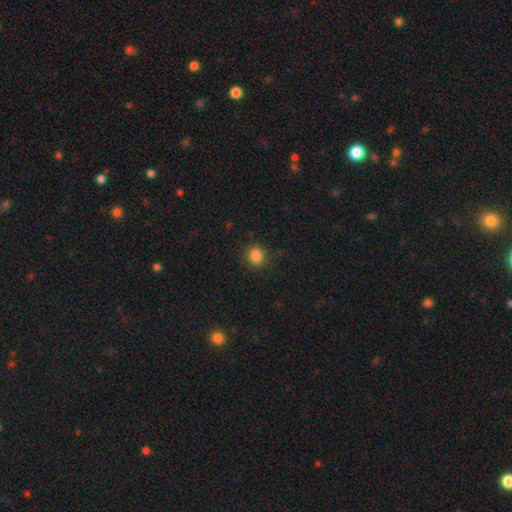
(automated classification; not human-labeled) Smooth or featured?
  - smooth: 85% *
  - star or artifact: 12%
  - featured or disk: 4%
How rounded?
  - round: 75% *
  - in between: 24%
  - cigar-shaped: 1%
Merging?
  - none: 85% *
  - minor disturbance: 11%
  - major disturbance: 3%
  - merger: 1%